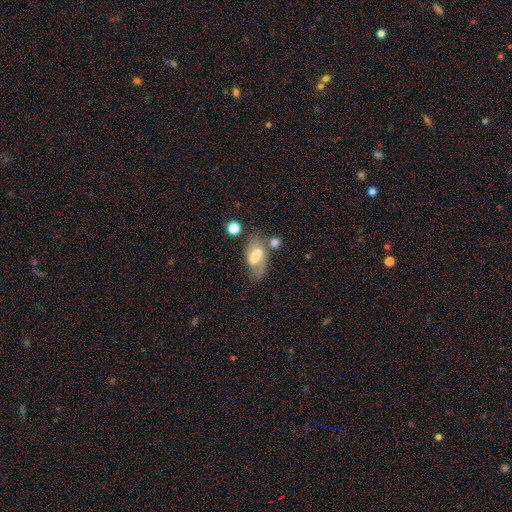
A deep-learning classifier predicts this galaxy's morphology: smooth-or-featured: featured or disk: 46% | smooth: 45% | star or artifact: 9%
  merging: none: 53% | minor disturbance: 20% | merger: 15% | major disturbance: 11%